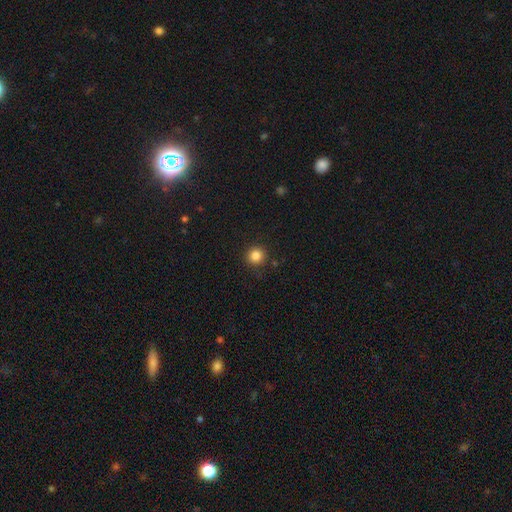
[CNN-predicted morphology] Smooth or featured? smooth (85%)
How rounded? round (94%)
Merging? none (90%)